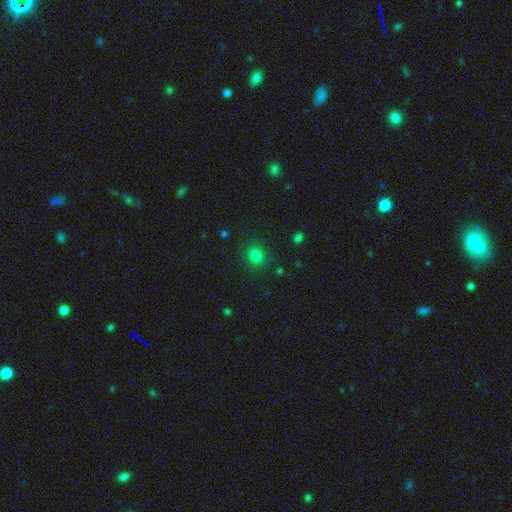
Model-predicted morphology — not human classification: Smooth or featured?
  - smooth: 81% *
  - star or artifact: 15%
  - featured or disk: 5%
How rounded?
  - round: 84% *
  - in between: 15%
  - cigar-shaped: 1%
Merging?
  - none: 85% *
  - minor disturbance: 9%
  - major disturbance: 4%
  - merger: 2%